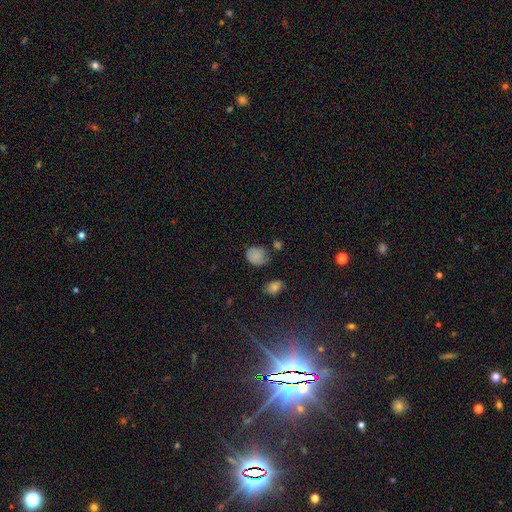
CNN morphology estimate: smooth-or-featured: smooth: 77% | star or artifact: 13% | featured or disk: 10%
  how-rounded: round: 59% | in between: 40% | cigar-shaped: 1%
  merging: none: 50% | minor disturbance: 32% | major disturbance: 11% | merger: 7%